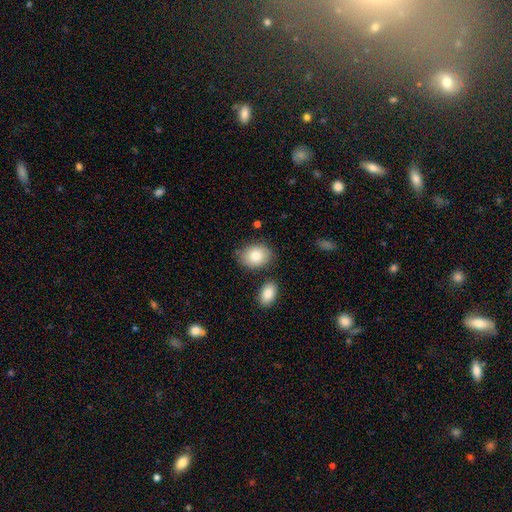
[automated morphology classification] Smooth or featured? Predicted: smooth (p=0.84). How rounded? Predicted: in between (p=0.69). Merging? Predicted: none (p=0.74).